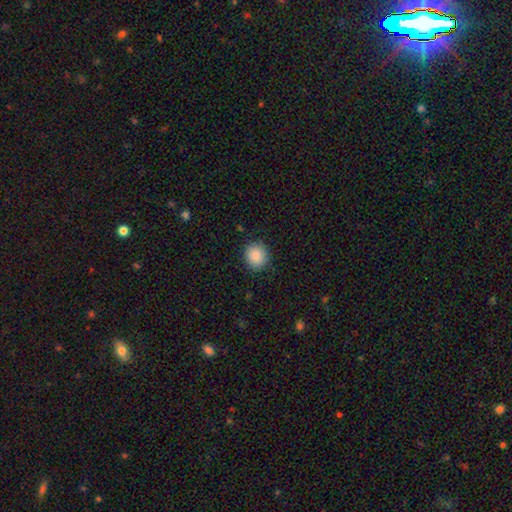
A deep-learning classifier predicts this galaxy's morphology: smooth_or_featured: smooth (p=0.88) [alt: star or artifact p=0.08]
how_rounded: round (p=0.83) [alt: in between p=0.16]
merging: none (p=0.87) [alt: minor disturbance p=0.09]